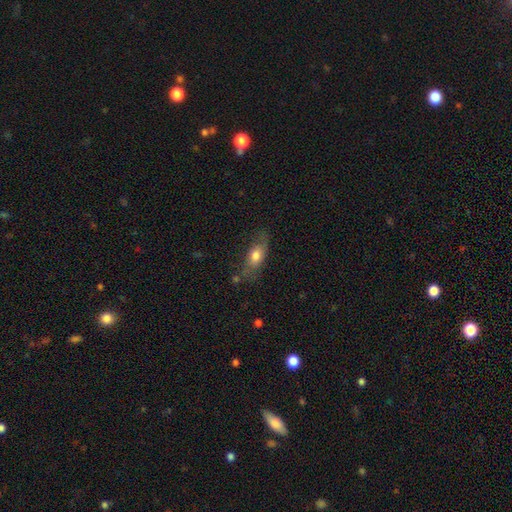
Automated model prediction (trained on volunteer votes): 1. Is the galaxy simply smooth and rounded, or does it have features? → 69% smooth, 23% featured or disk, 8% star or artifact.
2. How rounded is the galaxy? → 73% in between, 20% cigar-shaped, 7% round.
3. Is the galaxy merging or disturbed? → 62% none, 25% minor disturbance, 10% major disturbance, 4% merger.